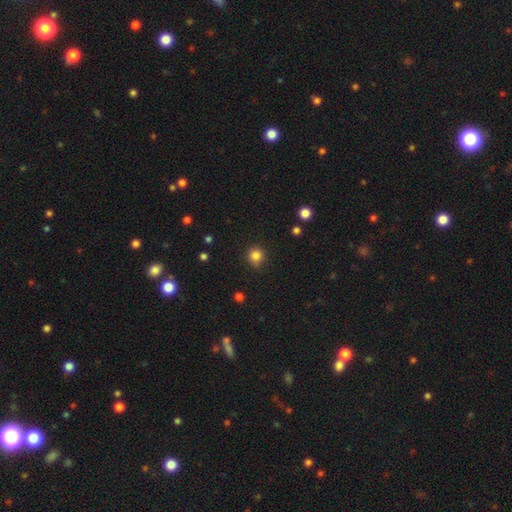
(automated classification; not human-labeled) A smooth galaxy with no disk features (83%) that is round (91%). Merging: none (85%).